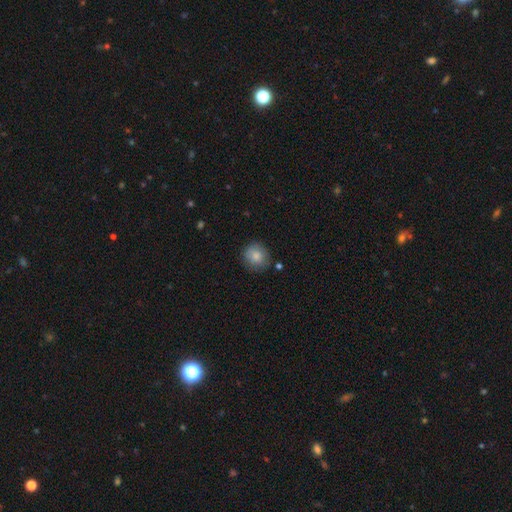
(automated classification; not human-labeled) The model was most divided on "merging": none: 80%, minor disturbance: 14%, major disturbance: 3%, merger: 3%. More confident: how rounded — round (85%); smooth or featured — smooth (81%).